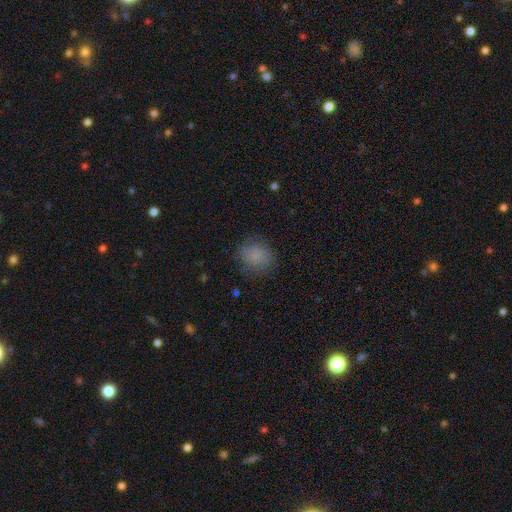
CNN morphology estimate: Q: Smooth or featured?
A: smooth (81%); runner-up: star or artifact (10%)
Q: How rounded?
A: round (78%); runner-up: in between (21%)
Q: Merging?
A: none (79%); runner-up: minor disturbance (14%)